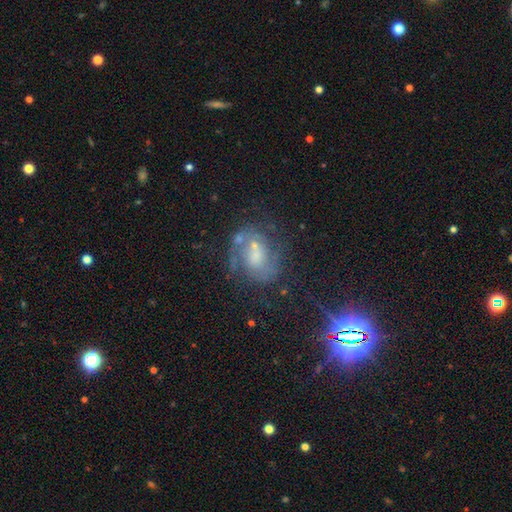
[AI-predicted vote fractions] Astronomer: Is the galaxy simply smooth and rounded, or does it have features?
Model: featured or disk — 63%.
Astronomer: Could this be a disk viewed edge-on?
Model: no — 96%.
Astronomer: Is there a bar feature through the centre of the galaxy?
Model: no — 52% (runner-up: weak, 38%).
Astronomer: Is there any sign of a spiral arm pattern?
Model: yes — 82%.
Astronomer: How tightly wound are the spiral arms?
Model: medium — 47% (runner-up: tight, 33%).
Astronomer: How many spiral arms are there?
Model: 2 — 63%.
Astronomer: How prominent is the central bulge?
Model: small — 42% (runner-up: moderate, 32%).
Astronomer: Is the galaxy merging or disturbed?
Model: none — 57%.